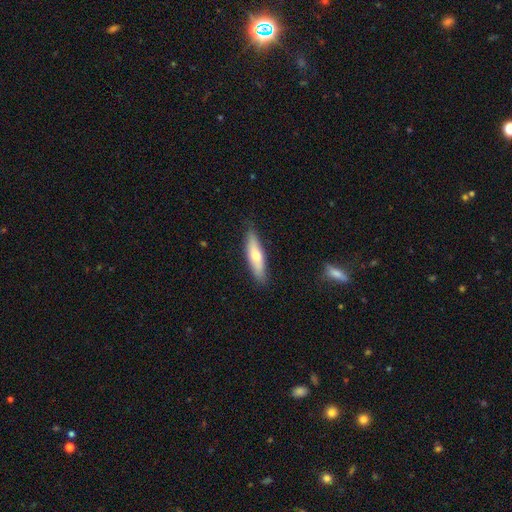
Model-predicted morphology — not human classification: Overall: smooth (61%; featured or disk 33%). How rounded: cigar-shaped (67%; in between 31%). Merging: none (86%).